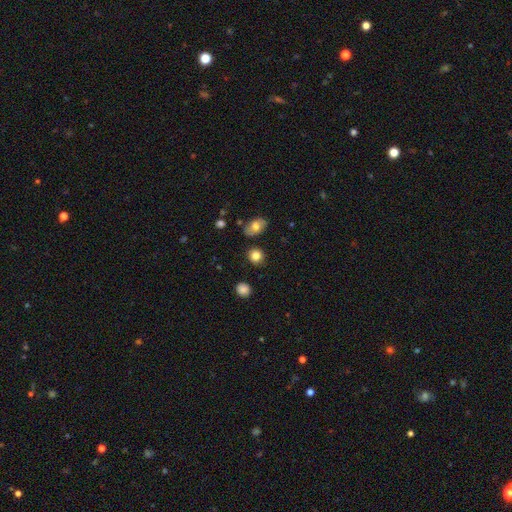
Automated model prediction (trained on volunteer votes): The model was most divided on "how rounded": round: 78%, in between: 20%, cigar-shaped: 1%. More confident: merging — none (85%); smooth or featured — smooth (83%).